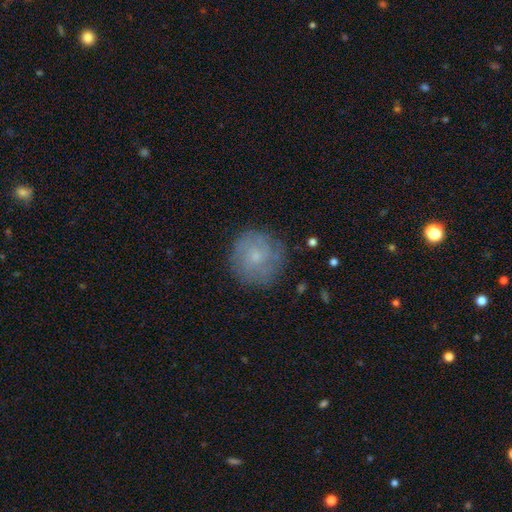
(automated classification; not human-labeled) A featured or disk galaxy (46%). Merging: none (80%).